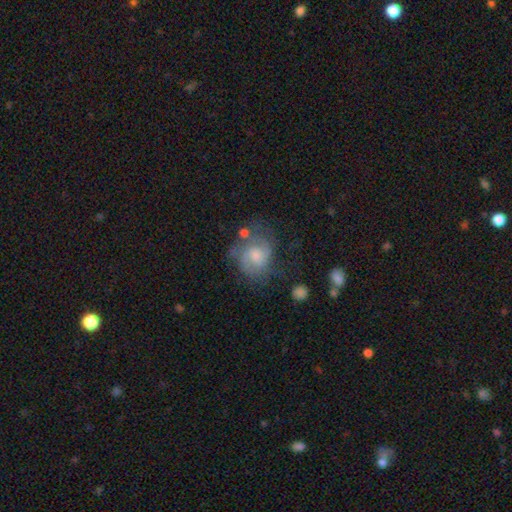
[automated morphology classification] The model was most divided on "bulge size": moderate: 45%, small: 35%, none: 10%, large: 8%, dominant: 2%. Remaining: edge-on disk — no (98%); spiral arms — yes (86%); smooth or featured — featured or disk (62%); bar — no (59%); spiral arm count — 2 (58%); merging — none (52%); spiral winding — medium (47%).